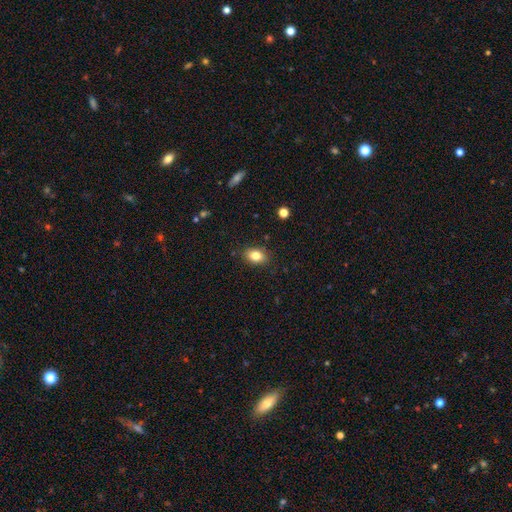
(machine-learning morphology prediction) type=smooth (81%); roundness=in between (80%); merging=none (86%).